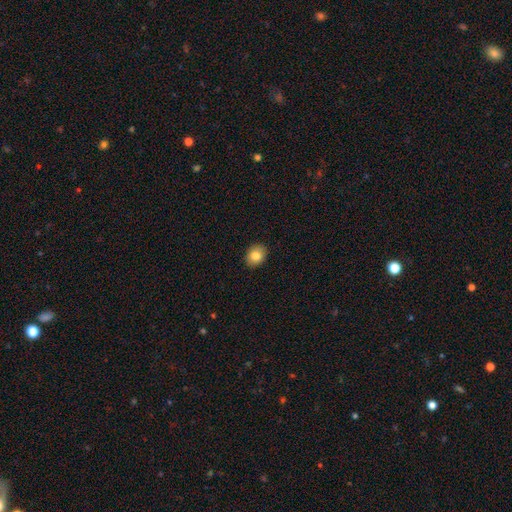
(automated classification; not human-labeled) smooth-or-featured: smooth: 84% | star or artifact: 9% | featured or disk: 7%
  how-rounded: in between: 51% | round: 48% | cigar-shaped: 1%
  merging: none: 89% | minor disturbance: 8% | major disturbance: 2% | merger: 1%